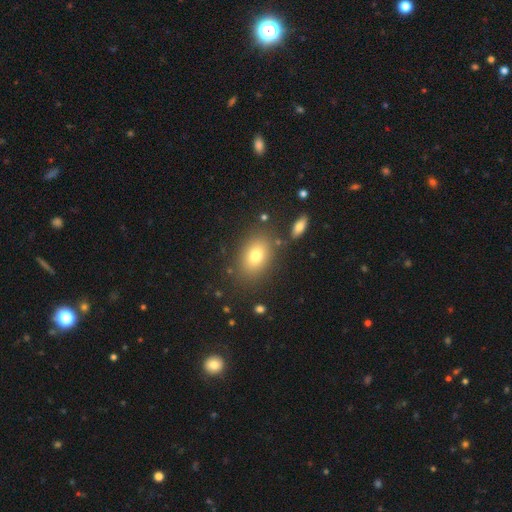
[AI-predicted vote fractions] smooth 77%, featured or disk 12%, star or artifact 11%. Down the decision tree: how rounded — in between (79%); merging — none (81%).